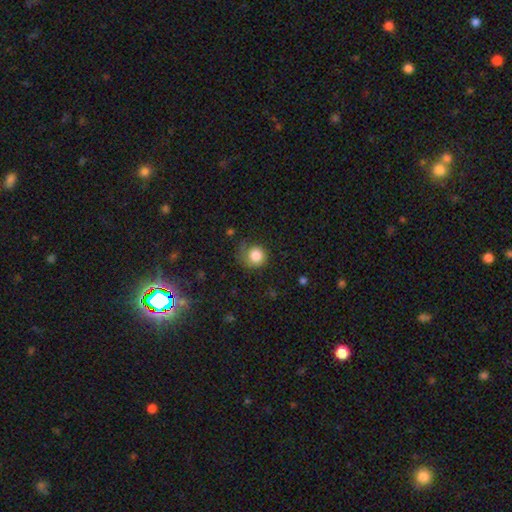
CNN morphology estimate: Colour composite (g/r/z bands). It shows a smooth galaxy with no disk features (82%) that is round (88%). Merging: none (53%).